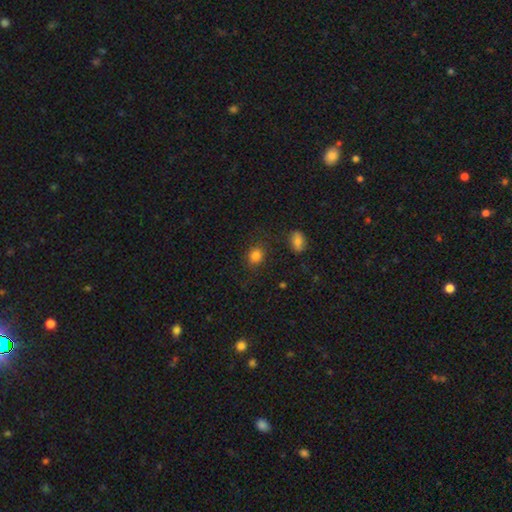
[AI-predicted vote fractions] The model was most divided on "how rounded": round: 68%, in between: 31%, cigar-shaped: 1%. More confident: merging — none (83%); smooth or featured — smooth (82%).